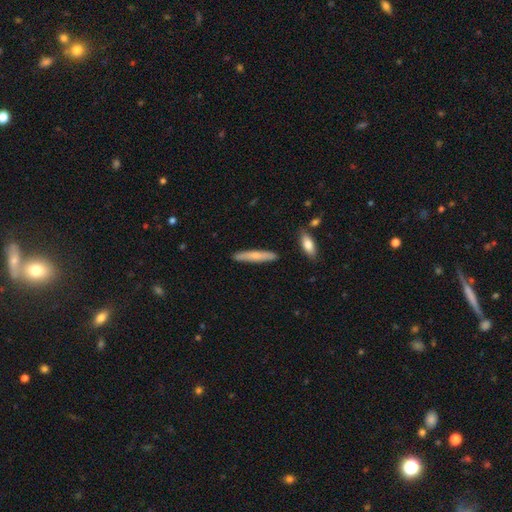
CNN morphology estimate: Smooth or featured? Predicted: smooth (p=0.62). How rounded? Predicted: cigar-shaped (p=0.91). Merging? Predicted: none (p=0.87).